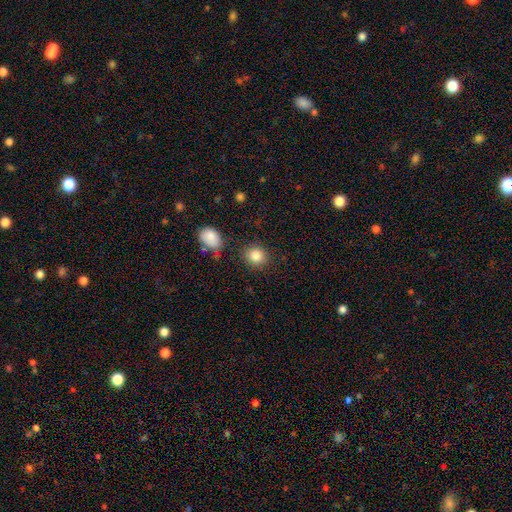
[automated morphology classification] A smooth galaxy with no disk features (86%) that is round (75%). Merging: none (83%).